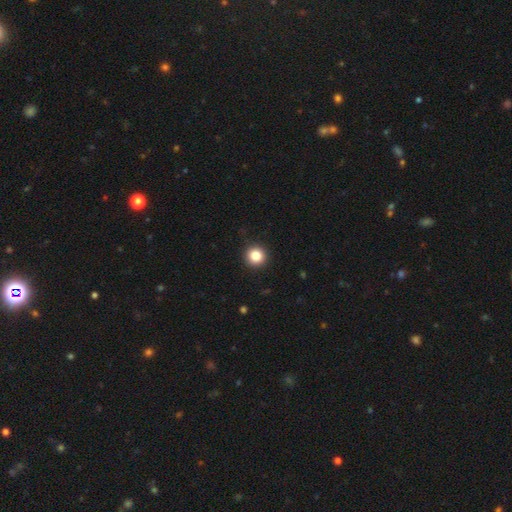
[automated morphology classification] type=smooth (84%); roundness=round (95%); merging=none (92%).